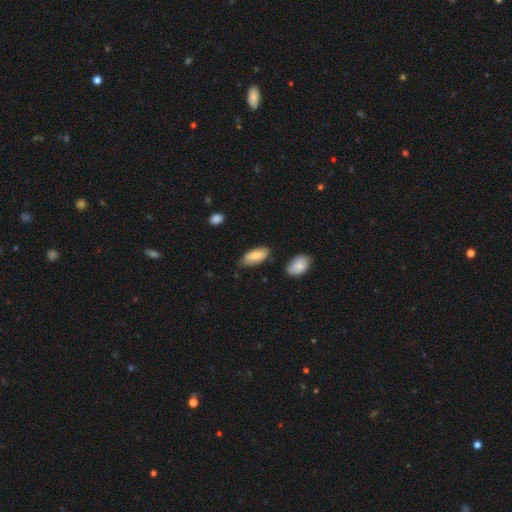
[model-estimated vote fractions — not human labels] Smooth or featured?
  - smooth: 74% *
  - featured or disk: 20%
  - star or artifact: 6%
How rounded?
  - in between: 89% *
  - cigar-shaped: 9%
  - round: 2%
Merging?
  - none: 68% *
  - minor disturbance: 24%
  - major disturbance: 4%
  - merger: 3%